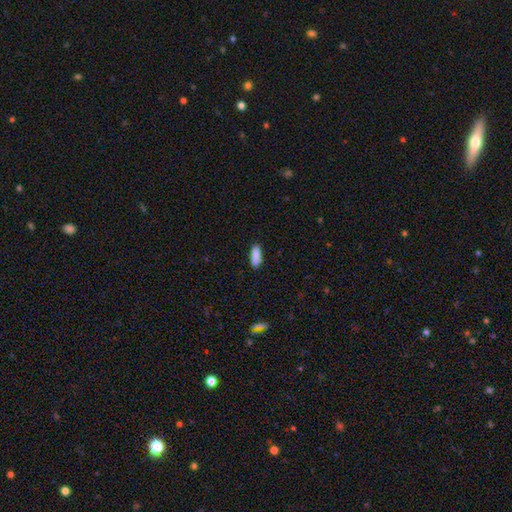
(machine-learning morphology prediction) A smooth galaxy with no disk features (88%) that is in between round and cigar-shaped (51%).

Vote fractions:
- Smooth or featured? smooth: 88% / star or artifact: 7% / featured or disk: 5%
- How rounded? in between: 51% / cigar-shaped: 47% / round: 2%
- Merging? none: 85% / minor disturbance: 11% / major disturbance: 2% / merger: 2%